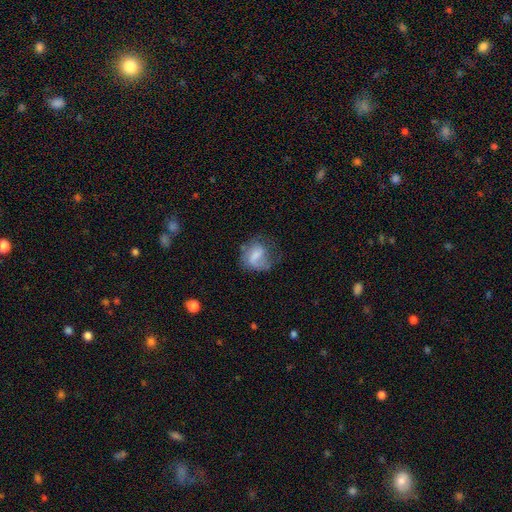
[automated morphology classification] type=smooth (52%); roundness=in between (50%); merging=none (40%).